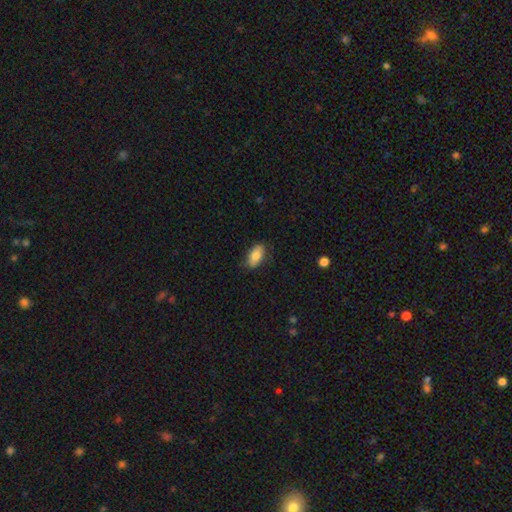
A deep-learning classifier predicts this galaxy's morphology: A smooth galaxy with no disk features (80%) that is in between round and cigar-shaped (92%).

Vote fractions:
- Smooth or featured? smooth: 80% / featured or disk: 13% / star or artifact: 7%
- How rounded? in between: 92% / round: 5% / cigar-shaped: 4%
- Merging? none: 83% / minor disturbance: 14% / major disturbance: 3% / merger: 1%